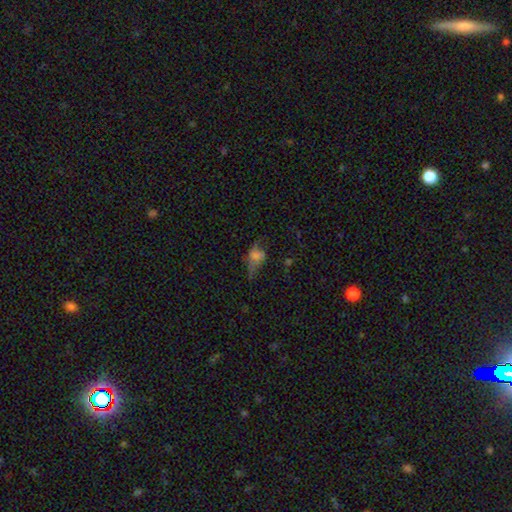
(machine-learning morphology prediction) A smooth galaxy with no disk features (53%) that is in between round and cigar-shaped (76%). Merging: major disturbance (41%).